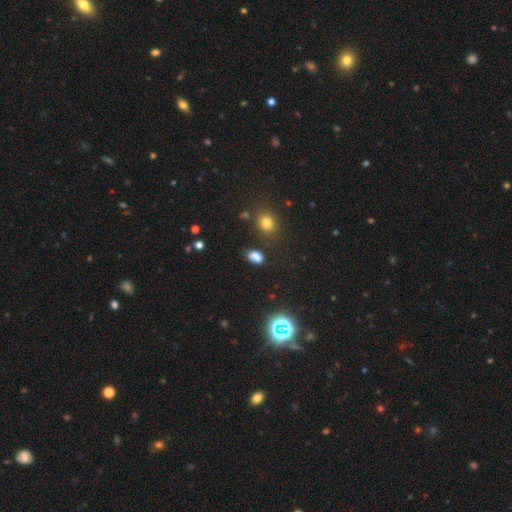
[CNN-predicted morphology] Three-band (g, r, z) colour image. It shows a smooth galaxy with no disk features (76%) that is in between round and cigar-shaped (84%). Merging: none (73%).